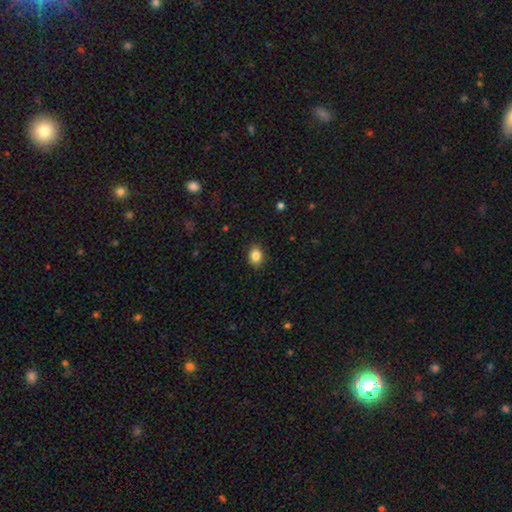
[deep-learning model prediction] smooth-or-featured: smooth: 86% | star or artifact: 9% | featured or disk: 5%
  how-rounded: in between: 61% | round: 38% | cigar-shaped: 1%
  merging: none: 87% | minor disturbance: 10% | major disturbance: 2% | merger: 1%